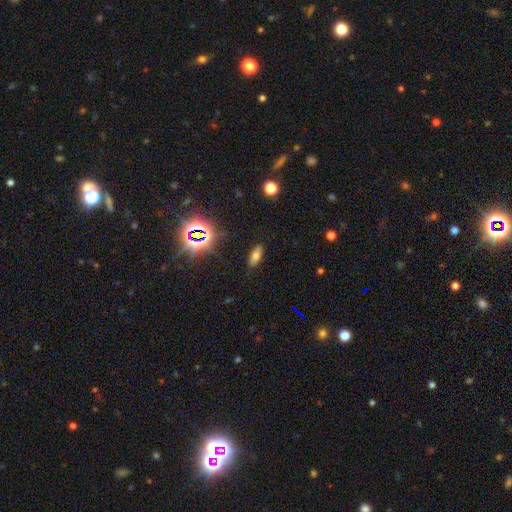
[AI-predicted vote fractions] A smooth galaxy with no disk features (59%) that is in between round and cigar-shaped (73%).

Vote fractions:
- Smooth or featured? smooth: 59% / featured or disk: 21% / star or artifact: 20%
- How rounded? in between: 73% / cigar-shaped: 22% / round: 5%
- Merging? none: 85% / minor disturbance: 11% / major disturbance: 3% / merger: 2%